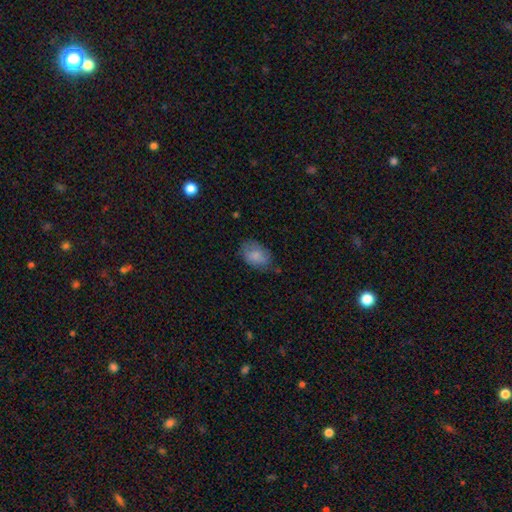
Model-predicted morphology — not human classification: smooth 79%, featured or disk 14%, star or artifact 7%. Down the decision tree: how rounded — in between (82%); merging — none (65%).